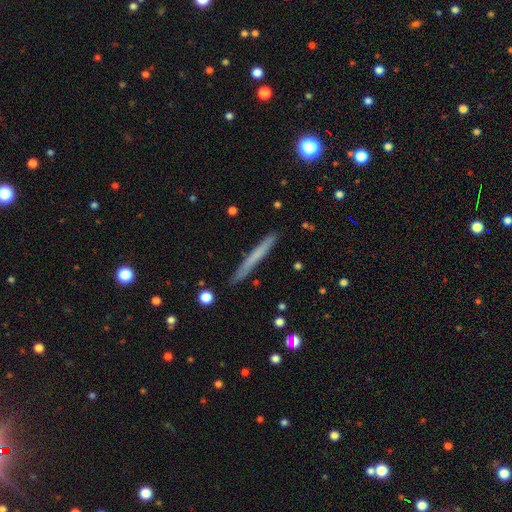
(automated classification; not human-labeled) smooth-or-featured: smooth: 58% | featured or disk: 35% | star or artifact: 6%
  how-rounded: cigar-shaped: 97% | in between: 2% | round: 1%
  merging: none: 89% | minor disturbance: 8% | major disturbance: 1% | merger: 1%